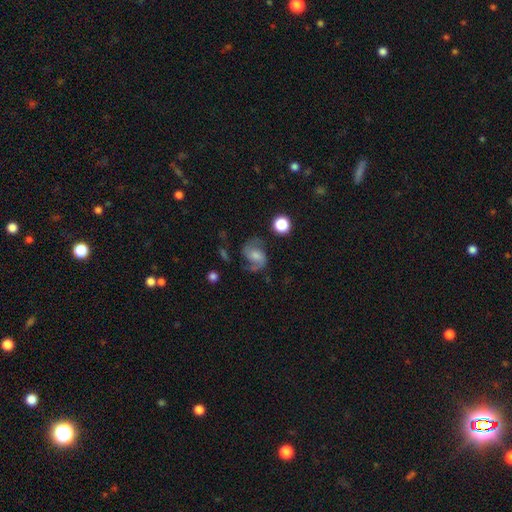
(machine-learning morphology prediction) featured or disk 74%, smooth 18%, star or artifact 8%. Down the decision tree: edge-on disk — no (98%); bar — no (52%); spiral arms — yes (94%); spiral arm count — 2 (84%); spiral winding — medium (49%); bulge size — moderate (41%); merging — none (61%).